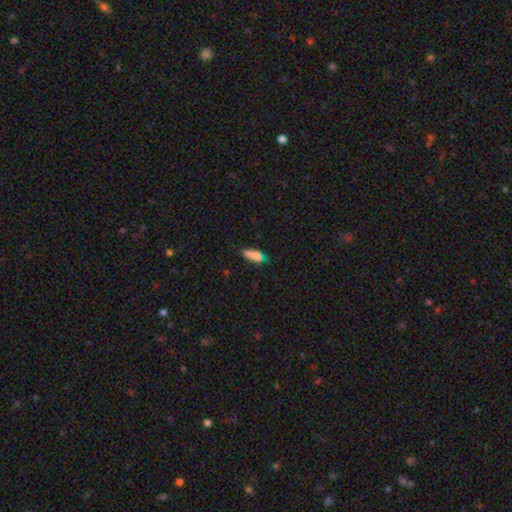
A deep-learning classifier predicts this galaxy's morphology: The model was most divided on "how rounded": in between: 57%, cigar-shaped: 40%, round: 2%. More confident: smooth or featured — smooth (81%); merging — none (59%).